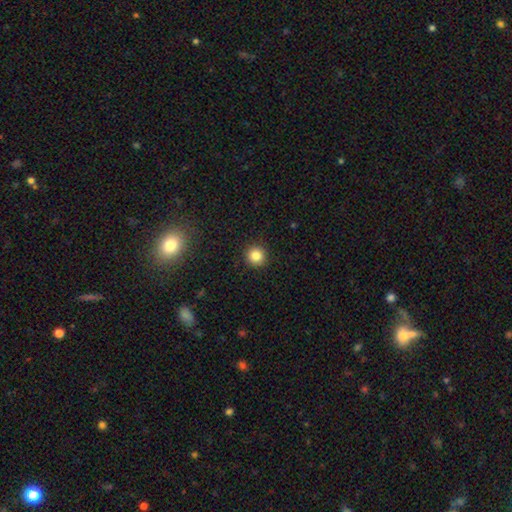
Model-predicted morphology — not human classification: smooth 83%, star or artifact 12%, featured or disk 5%. Down the decision tree: how rounded — round (94%); merging — none (92%).